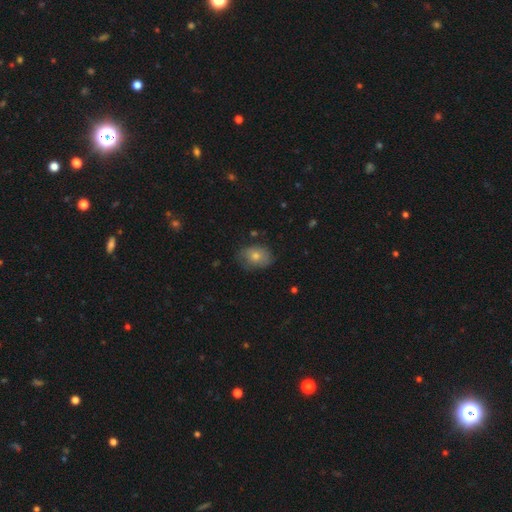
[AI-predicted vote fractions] smooth_or_featured: smooth (p=0.67) [alt: featured or disk p=0.20]
how_rounded: in between (p=0.62) [alt: round p=0.37]
merging: none (p=0.74) [alt: minor disturbance p=0.20]